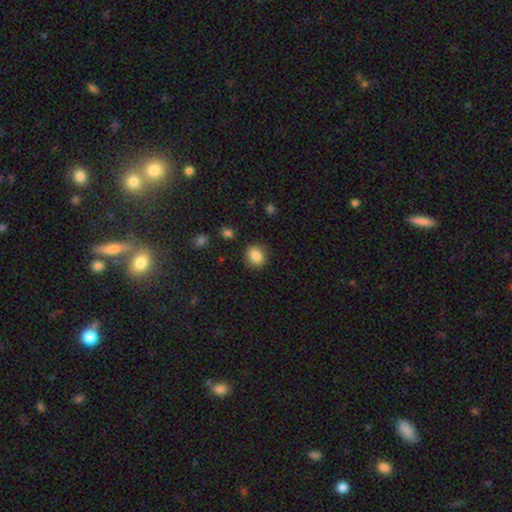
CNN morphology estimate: Smooth or featured?
  - smooth: 84% *
  - star or artifact: 9%
  - featured or disk: 7%
How rounded?
  - round: 60% *
  - in between: 39%
  - cigar-shaped: 1%
Merging?
  - none: 86% *
  - minor disturbance: 10%
  - major disturbance: 3%
  - merger: 2%